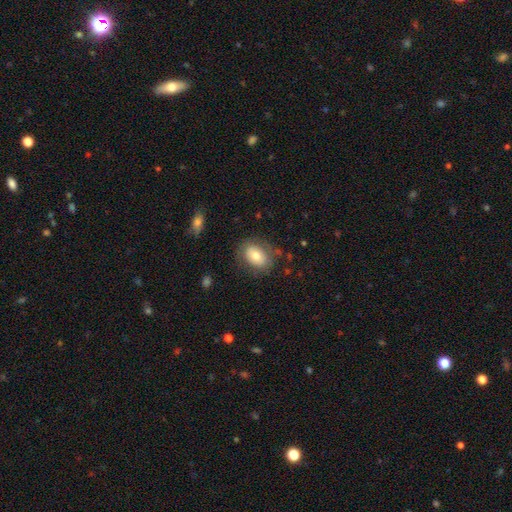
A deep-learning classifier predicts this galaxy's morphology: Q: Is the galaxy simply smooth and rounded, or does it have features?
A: smooth — 72%.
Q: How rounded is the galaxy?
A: in between — 79%.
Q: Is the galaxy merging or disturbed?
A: none — 77%.